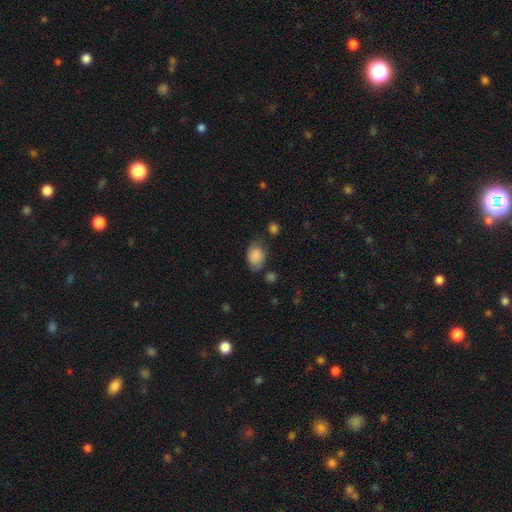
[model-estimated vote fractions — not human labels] Smooth or featured? Predicted: smooth (p=0.83). How rounded? Predicted: in between (p=0.78). Merging? Predicted: none (p=0.59).